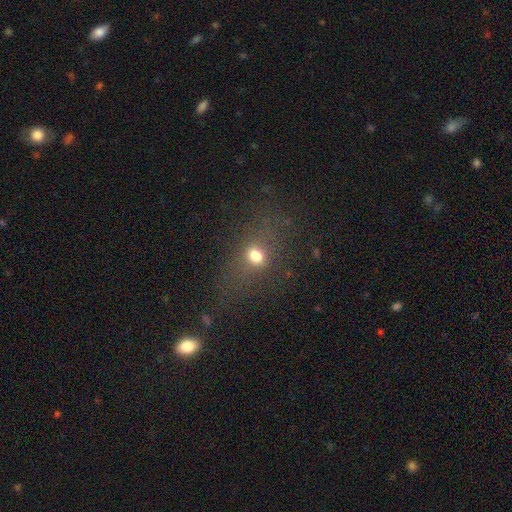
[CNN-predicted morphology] Q: Smooth or featured?
A: smooth (68%); runner-up: star or artifact (21%)
Q: How rounded?
A: round (50%); runner-up: in between (46%)
Q: Merging?
A: none (73%); runner-up: minor disturbance (14%)